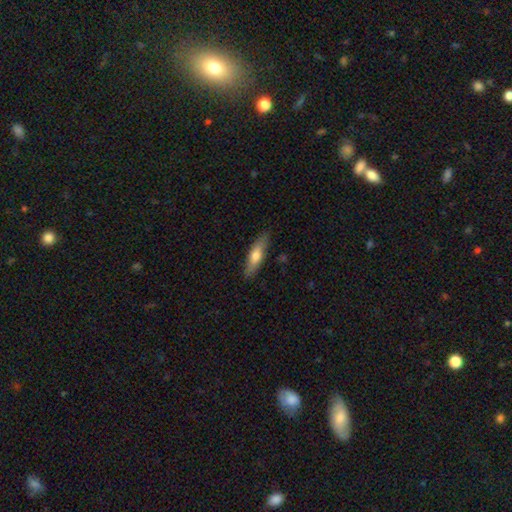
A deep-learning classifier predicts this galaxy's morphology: Overall: smooth (64%; featured or disk 31%). How rounded: cigar-shaped (60%; in between 38%). Merging: none (84%).